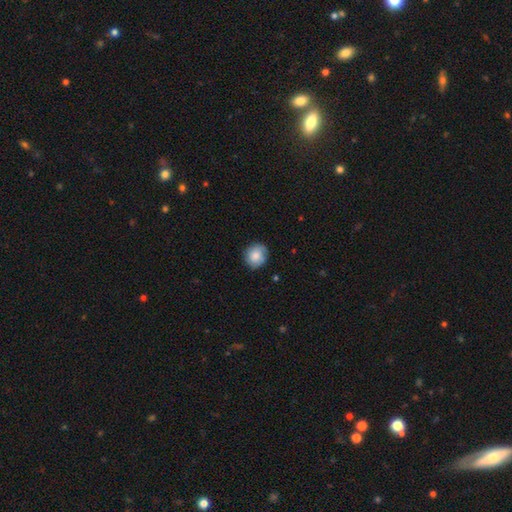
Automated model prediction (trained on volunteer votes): A smooth galaxy with no disk features (81%) that is round (77%). Merging: none (81%).